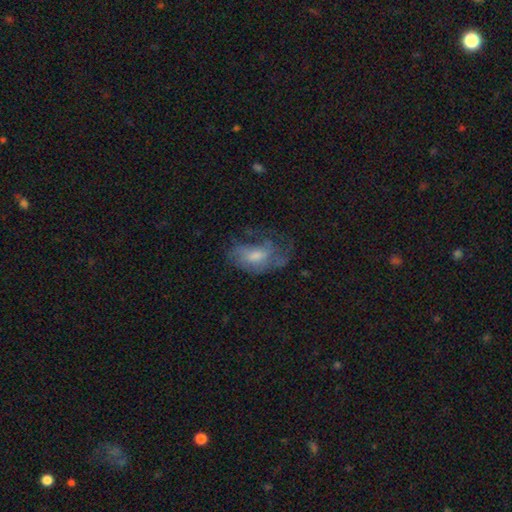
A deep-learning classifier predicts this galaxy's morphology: A featured or disk galaxy (53%). Merging: none (41%).